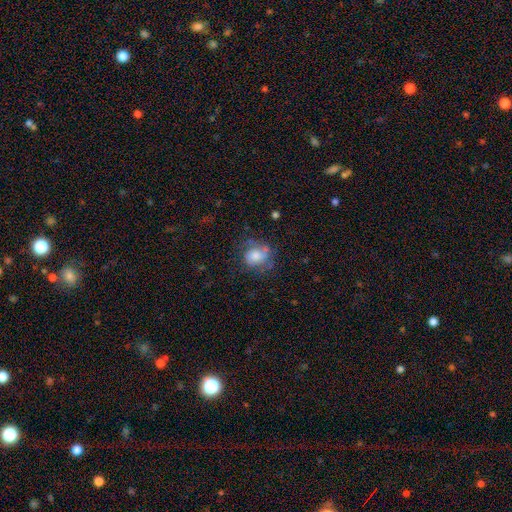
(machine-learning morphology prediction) Smooth or featured? Predicted: smooth (p=0.46). Merging? Predicted: none (p=0.54).